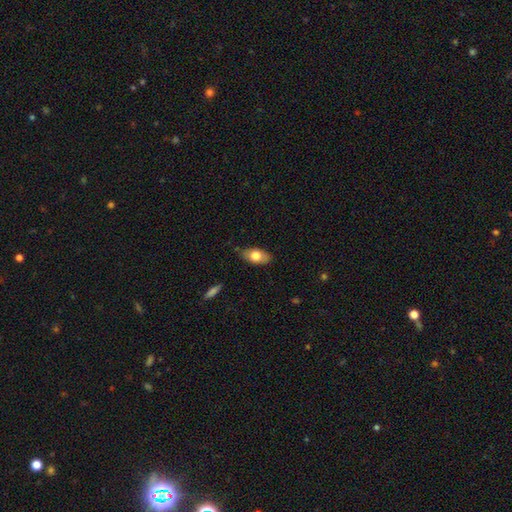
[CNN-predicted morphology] A smooth galaxy with no disk features (73%) that is in between round and cigar-shaped (90%).

Vote fractions:
- Smooth or featured? smooth: 73% / featured or disk: 20% / star or artifact: 7%
- How rounded? in between: 90% / round: 6% / cigar-shaped: 4%
- Merging? none: 79% / minor disturbance: 17% / major disturbance: 3% / merger: 2%